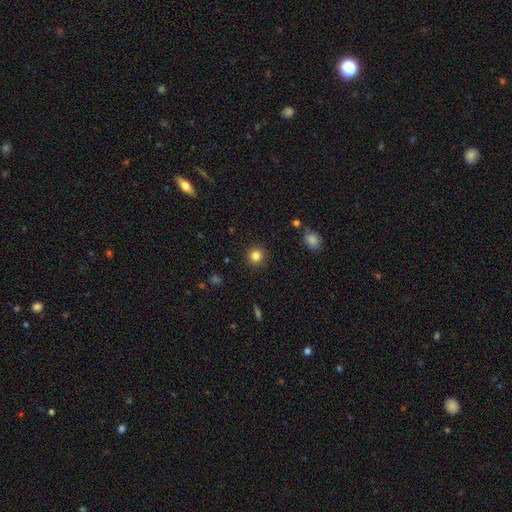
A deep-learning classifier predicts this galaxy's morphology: Smooth or featured? Predicted: smooth (p=0.84). How rounded? Predicted: round (p=0.93). Merging? Predicted: none (p=0.91).